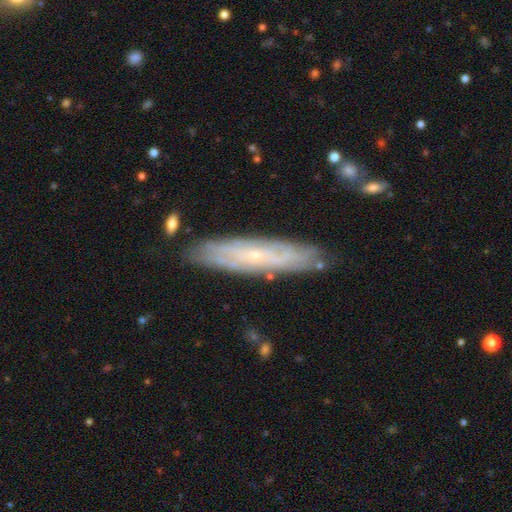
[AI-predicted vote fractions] Q: Smooth or featured?
A: featured or disk (70%); runner-up: smooth (23%)
Q: Edge-on disk?
A: no (57%); runner-up: yes (43%)
Q: Merging?
A: none (83%); runner-up: minor disturbance (12%)